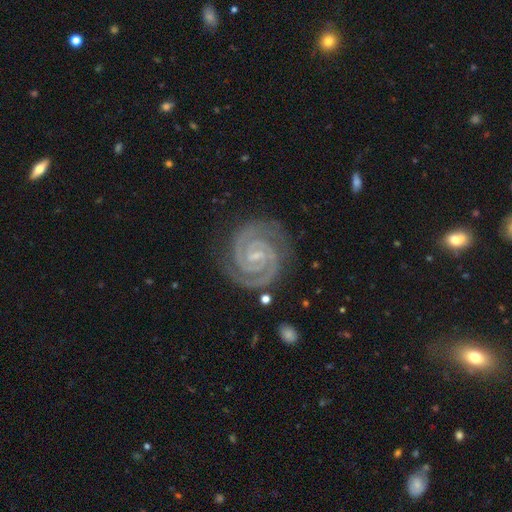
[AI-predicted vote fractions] Smooth or featured?
  - featured or disk: 93% *
  - star or artifact: 4%
  - smooth: 2%
Edge-on disk?
  - no: 98% *
  - yes: 2%
Bar?
  - weak: 46% *
  - no: 28%
  - strong: 26%
Spiral arms?
  - yes: 99% *
  - no: 1%
Spiral winding?
  - tight: 82% *
  - medium: 16%
  - loose: 2%
Spiral arm count?
  - 2: 90% *
  - 3: 5%
  - can't tell: 2%
  - 4: 1%
  - more than 4: 1%
  - 1: 1%
Bulge size?
  - small: 70% *
  - moderate: 16%
  - none: 12%
  - large: 1%
  - dominant: 1%
Merging?
  - none: 84% *
  - minor disturbance: 12%
  - major disturbance: 3%
  - merger: 2%